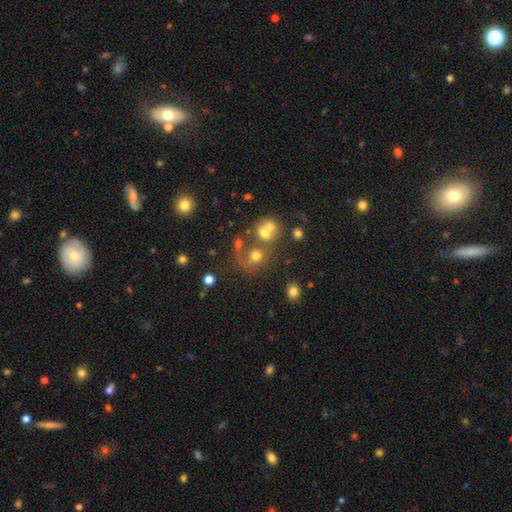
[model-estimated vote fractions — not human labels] Overall: smooth (62%). How rounded: round (74%). Merging: merger (40%; none 36%).